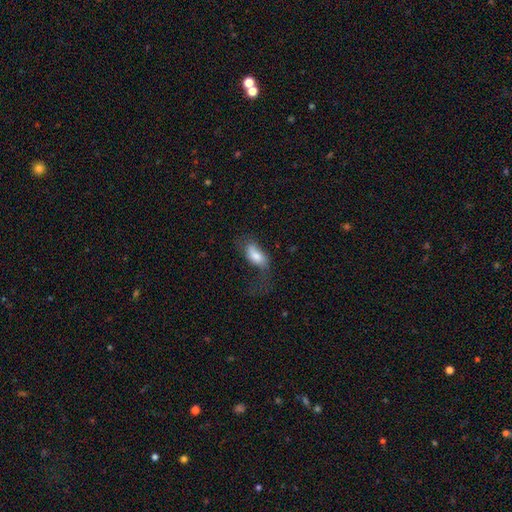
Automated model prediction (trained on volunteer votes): smooth_or_featured: smooth (p=0.74) [alt: featured or disk p=0.19]
how_rounded: in between (p=0.89) [alt: cigar-shaped p=0.08]
merging: major disturbance (p=0.39) [alt: none p=0.32]